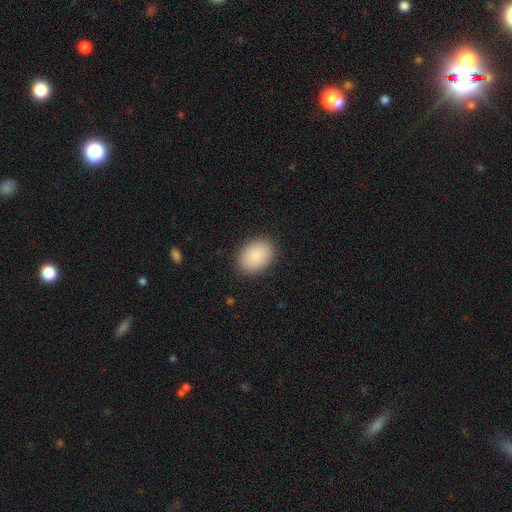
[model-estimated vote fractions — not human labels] smooth-or-featured: smooth: 89% | star or artifact: 7% | featured or disk: 4%
  how-rounded: in between: 75% | round: 24% | cigar-shaped: 1%
  merging: none: 89% | minor disturbance: 8% | major disturbance: 2% | merger: 1%